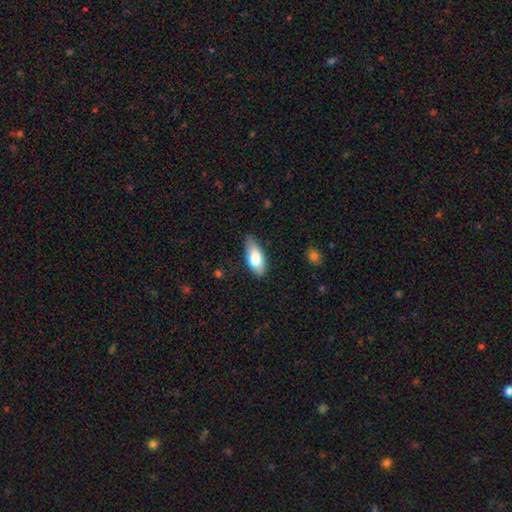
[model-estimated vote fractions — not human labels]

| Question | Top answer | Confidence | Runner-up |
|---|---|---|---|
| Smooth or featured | smooth | 74% | featured or disk (20%) |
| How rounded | in between | 83% | cigar-shaped (15%) |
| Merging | none | 75% | minor disturbance (20%) |